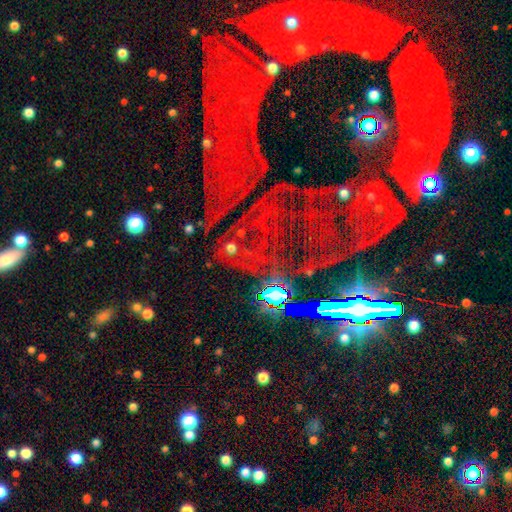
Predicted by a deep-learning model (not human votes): Morphology: type=star or artifact (74%).